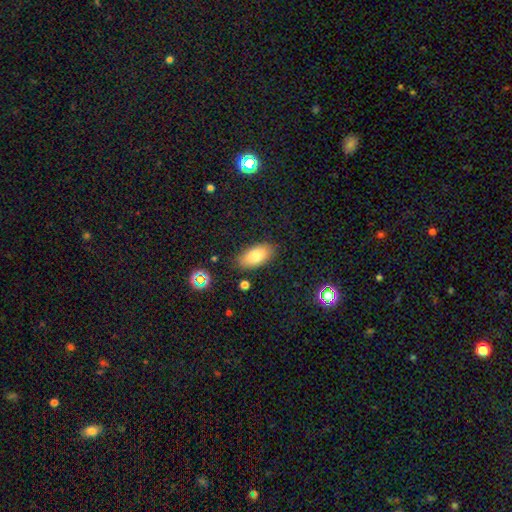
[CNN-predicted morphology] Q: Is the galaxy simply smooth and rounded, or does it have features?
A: smooth — 80%.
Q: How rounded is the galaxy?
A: in between — 91%.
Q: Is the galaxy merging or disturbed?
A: none — 85%.